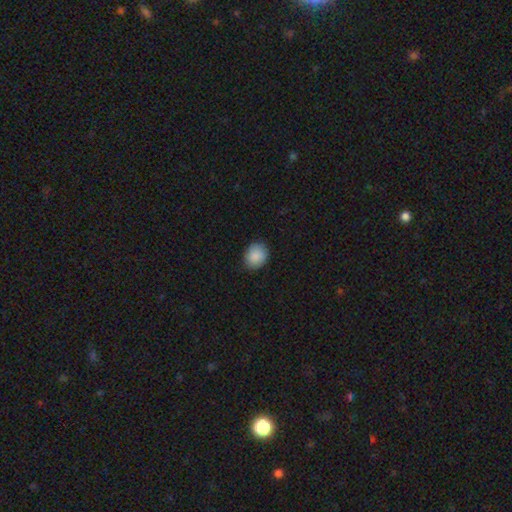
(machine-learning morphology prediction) The model was most divided on "how rounded": round: 59%, in between: 41%, cigar-shaped: 1%. More confident: smooth or featured — smooth (89%); merging — none (86%).